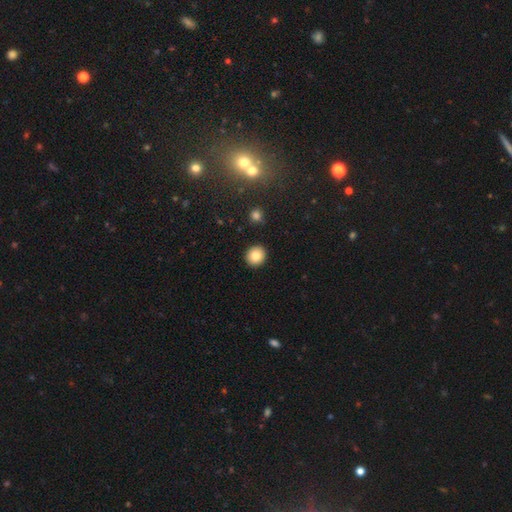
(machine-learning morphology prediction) The model was most divided on "smooth or featured": smooth: 81%, star or artifact: 10%, featured or disk: 9%. More confident: merging — none (92%); how rounded — round (91%).